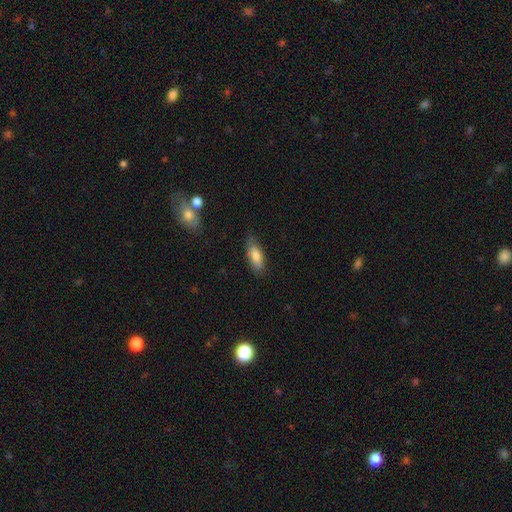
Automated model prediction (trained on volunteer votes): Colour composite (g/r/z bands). It shows a smooth galaxy with no disk features (78%) that is in between round and cigar-shaped (73%). Merging: none (72%).